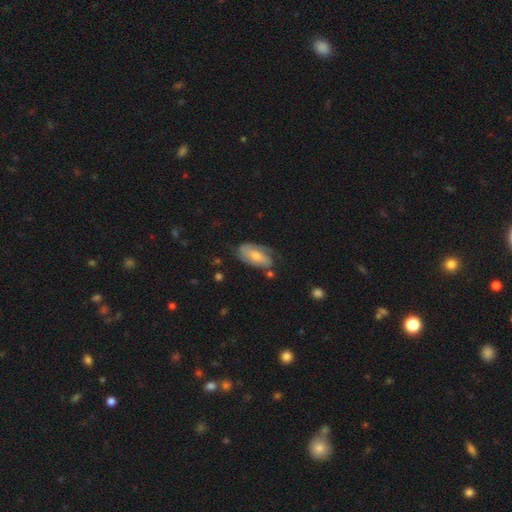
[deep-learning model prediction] A featured or disk galaxy (47%).

Vote fractions:
- Smooth or featured? featured or disk: 47% / smooth: 46% / star or artifact: 6%
- Merging? none: 59% / minor disturbance: 26% / major disturbance: 11% / merger: 3%